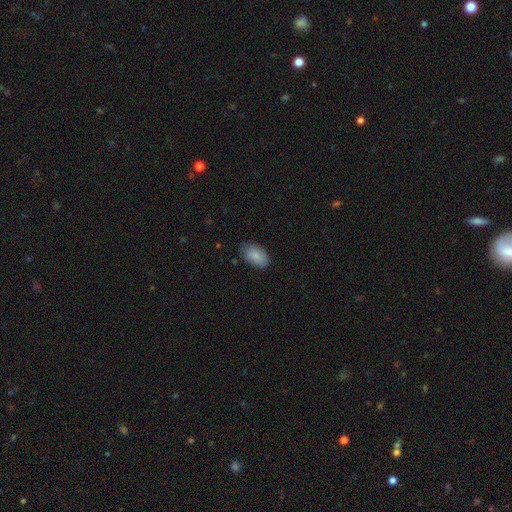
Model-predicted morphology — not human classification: Q: Smooth or featured?
A: smooth (87%); runner-up: featured or disk (7%)
Q: How rounded?
A: in between (93%); runner-up: round (5%)
Q: Merging?
A: none (76%); runner-up: minor disturbance (19%)